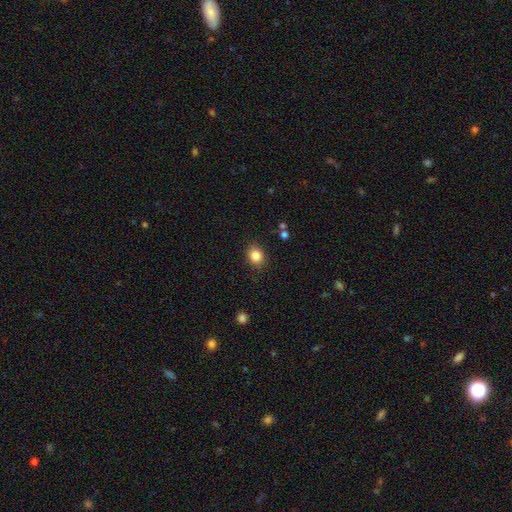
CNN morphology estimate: Smooth or featured?
  - smooth: 85% *
  - star or artifact: 10%
  - featured or disk: 5%
How rounded?
  - round: 64% *
  - in between: 35%
  - cigar-shaped: 1%
Merging?
  - none: 85% *
  - minor disturbance: 10%
  - major disturbance: 3%
  - merger: 2%